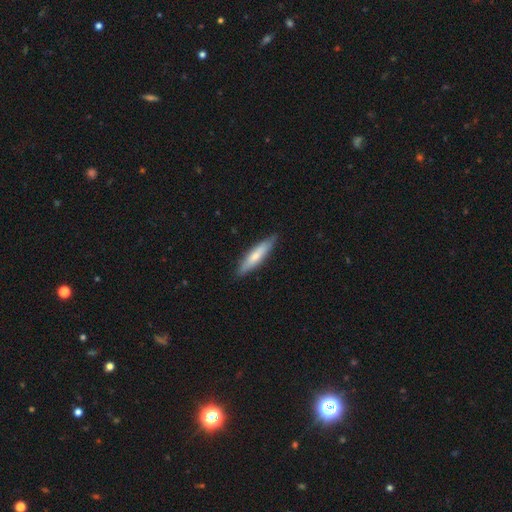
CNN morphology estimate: smooth_or_featured: smooth (p=0.62) [alt: featured or disk p=0.33]
how_rounded: cigar-shaped (p=0.81) [alt: in between p=0.18]
merging: none (p=0.85) [alt: minor disturbance p=0.12]